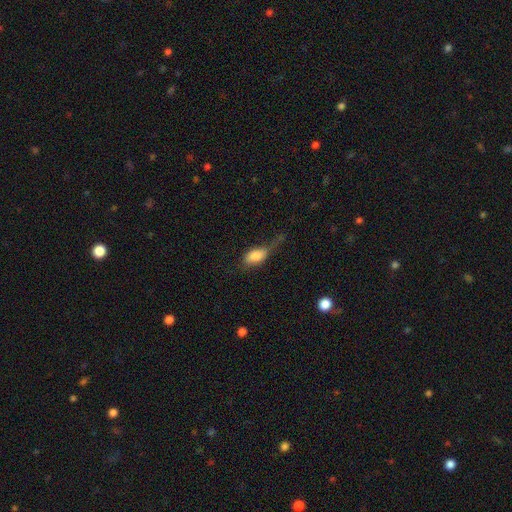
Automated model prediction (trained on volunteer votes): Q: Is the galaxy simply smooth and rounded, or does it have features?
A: smooth — 77%.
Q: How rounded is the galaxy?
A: in between — 88%.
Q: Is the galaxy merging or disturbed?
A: major disturbance — 36%.